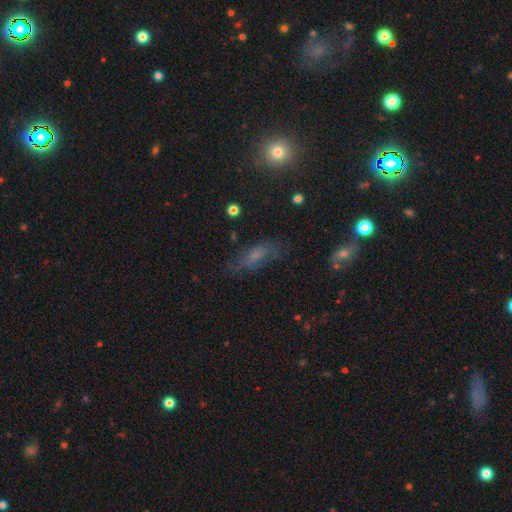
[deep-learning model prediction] smooth_or_featured: smooth (p=0.45) [alt: featured or disk p=0.35]
merging: none (p=0.62) [alt: minor disturbance p=0.22]